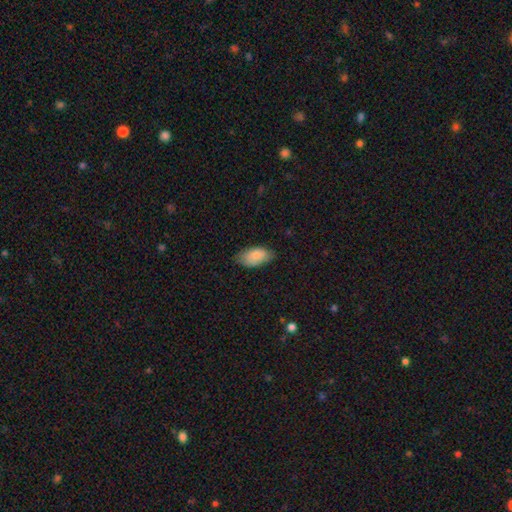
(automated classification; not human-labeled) Smooth or featured? Predicted: smooth (p=0.84). How rounded? Predicted: in between (p=0.94). Merging? Predicted: none (p=0.70).